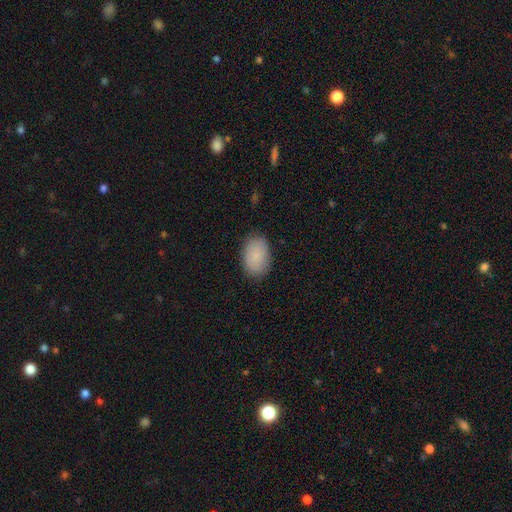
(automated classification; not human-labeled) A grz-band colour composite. It shows a smooth galaxy with no disk features (85%) that is in between round and cigar-shaped (89%). Merging: none (84%).